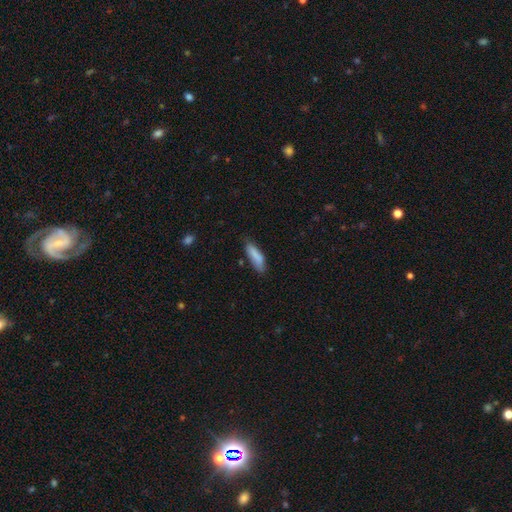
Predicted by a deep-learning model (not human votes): smooth 84%, featured or disk 9%, star or artifact 7%. Down the decision tree: how rounded — cigar-shaped (57%); merging — none (67%).